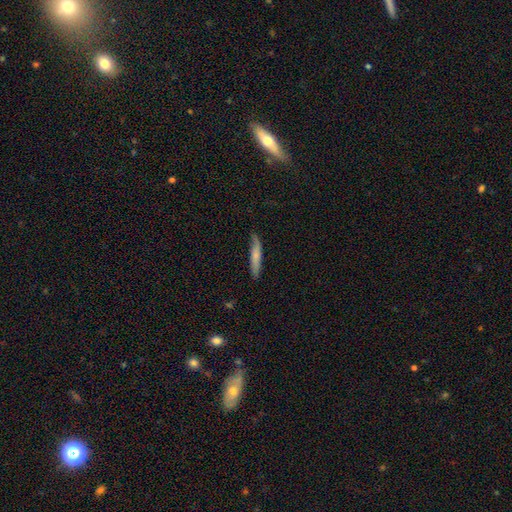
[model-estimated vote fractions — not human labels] Smooth or featured? smooth (67%)
How rounded? cigar-shaped (89%)
Merging? none (77%)